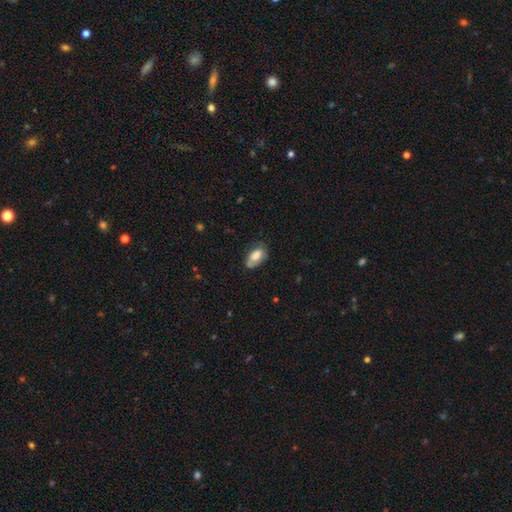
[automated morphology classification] This is likely a smooth galaxy (70%). How rounded: clearly in between (92%). Merging: possibly none (55%).